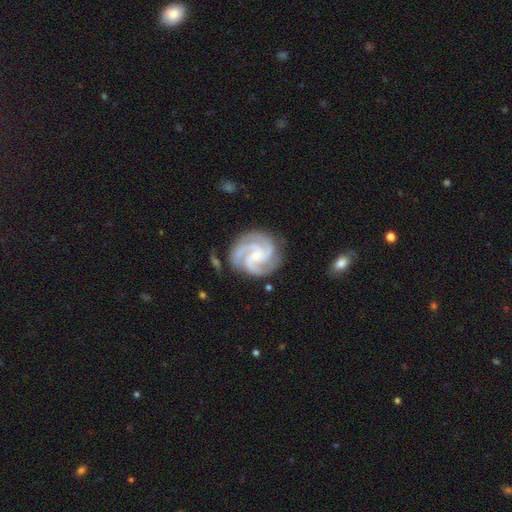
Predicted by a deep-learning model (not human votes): smooth_or_featured: featured or disk (p=0.93) [alt: star or artifact p=0.04]
disk_edge_on: no (p=0.98) [alt: yes p=0.02]
bar: no (p=0.63) [alt: weak p=0.28]
has_spiral_arms: yes (p=0.99) [alt: no p=0.01]
spiral_winding: tight (p=0.58) [alt: medium p=0.39]
spiral_arm_count: 3 (p=0.66) [alt: 4 p=0.18]
bulge_size: small (p=0.75) [alt: moderate p=0.20]
merging: none (p=0.80) [alt: minor disturbance p=0.14]